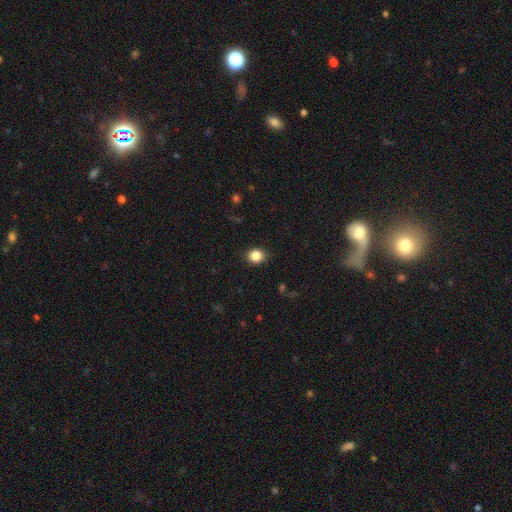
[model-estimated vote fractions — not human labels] Smooth or featured: smooth — 85% (star or artifact — 10%)
How rounded: round — 67% (in between — 32%)
Merging: none — 88% (minor disturbance — 9%)